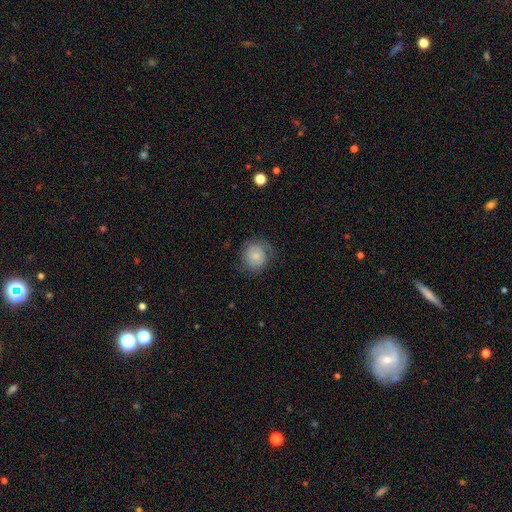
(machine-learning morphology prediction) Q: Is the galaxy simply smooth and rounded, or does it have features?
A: smooth — 70%.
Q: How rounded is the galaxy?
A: round — 85%.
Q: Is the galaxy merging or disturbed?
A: none — 70%.